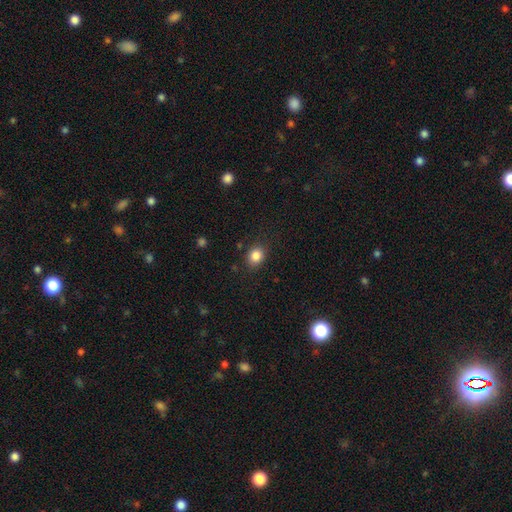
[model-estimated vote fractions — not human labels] This appears to be a smooth galaxy with no disk features (85%) that is round (54%). Merging: none (84%).